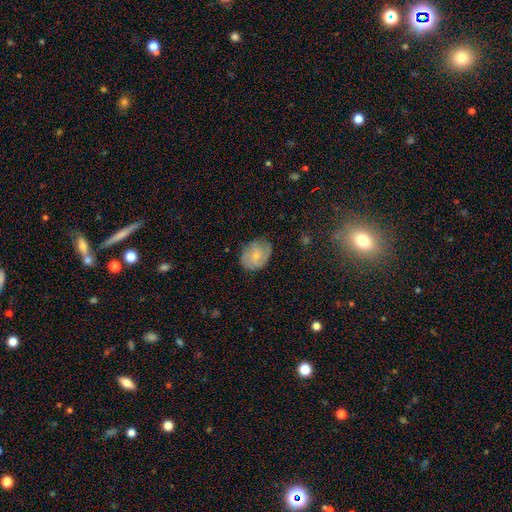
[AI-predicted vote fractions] Smooth or featured?
  - featured or disk: 58% *
  - smooth: 34%
  - star or artifact: 8%
Edge-on disk?
  - no: 97% *
  - yes: 3%
Bar?
  - no: 71% *
  - weak: 26%
  - strong: 3%
Spiral arms?
  - yes: 88% *
  - no: 12%
Bulge size?
  - small: 66% *
  - moderate: 27%
  - none: 5%
  - large: 1%
  - dominant: 1%
Merging?
  - none: 74% *
  - minor disturbance: 19%
  - major disturbance: 5%
  - merger: 1%